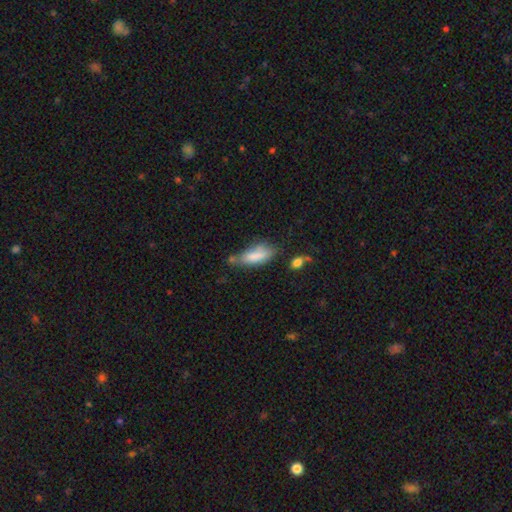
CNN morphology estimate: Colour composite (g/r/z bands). It shows a smooth galaxy with no disk features (79%) that is in between round and cigar-shaped (71%). Merging: none (40%).